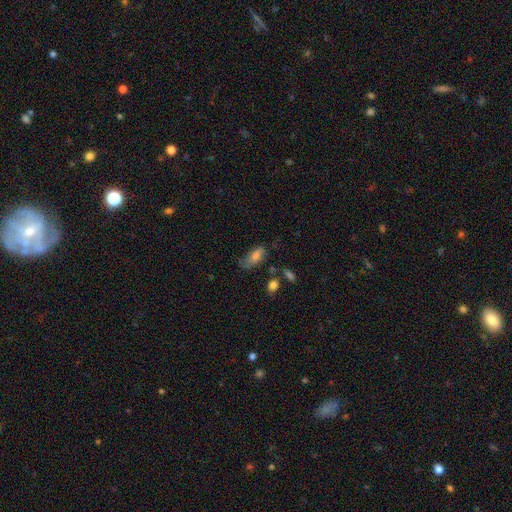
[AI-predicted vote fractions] smooth_or_featured: smooth (p=0.71) [alt: featured or disk p=0.19]
how_rounded: in between (p=0.85) [alt: cigar-shaped p=0.12]
merging: none (p=0.45) [alt: minor disturbance p=0.34]